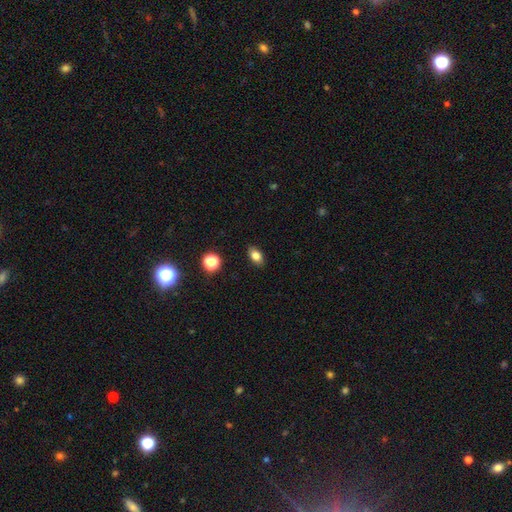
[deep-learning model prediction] This is clearly a smooth galaxy (81%). How rounded: clearly in between (84%). Merging: clearly none (88%).